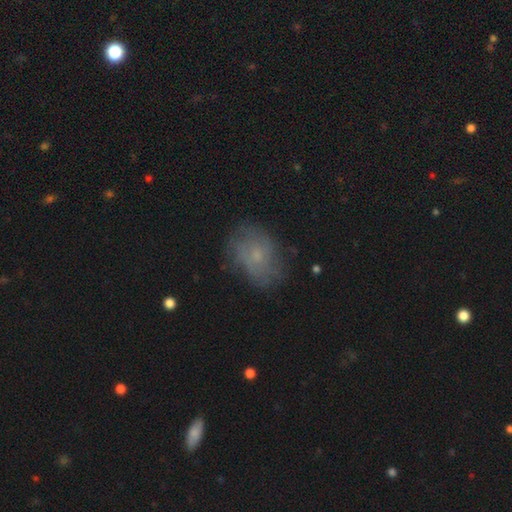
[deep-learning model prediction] Smooth or featured? smooth (48%)
Merging? none (71%)